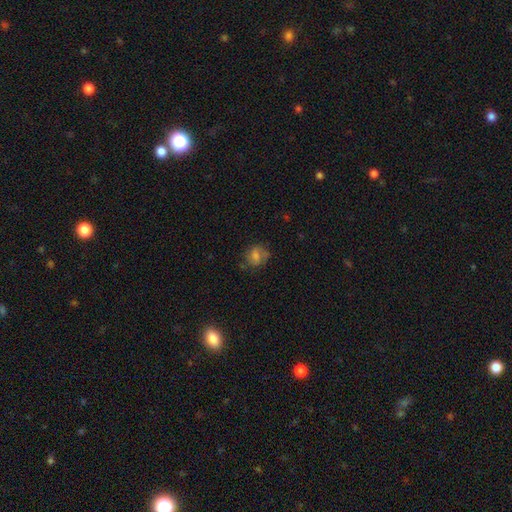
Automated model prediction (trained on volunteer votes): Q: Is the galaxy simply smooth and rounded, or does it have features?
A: smooth — 58%.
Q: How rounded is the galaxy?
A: round — 67%.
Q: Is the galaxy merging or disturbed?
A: none — 63%.